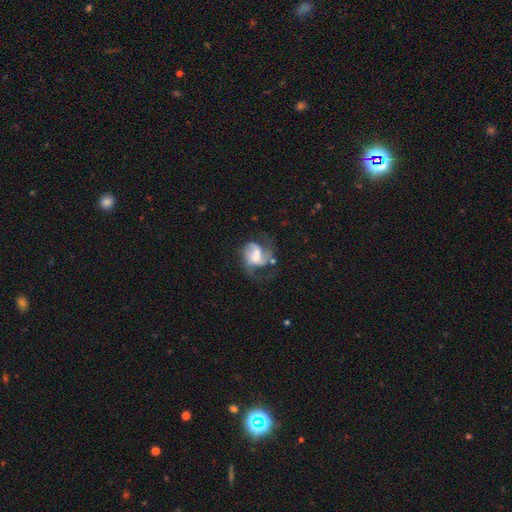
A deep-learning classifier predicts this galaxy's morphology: smooth-or-featured: featured or disk: 67% | smooth: 26% | star or artifact: 8%
  disk-edge-on: no: 98% | yes: 2%
    bar: no: 56% | weak: 35% | strong: 9%
    has-spiral-arms: yes: 82% | no: 18%
      spiral-winding: medium: 43% | loose: 38% | tight: 19%
      spiral-arm-count: 2: 49% | 1: 18% | can't tell: 15% | 3: 13% | 4: 2% | more than 4: 2%
    bulge-size: moderate: 40% | small: 31% | large: 14% | none: 13% | dominant: 3%
  merging: major disturbance: 38% | none: 30% | minor disturbance: 20% | merger: 12%